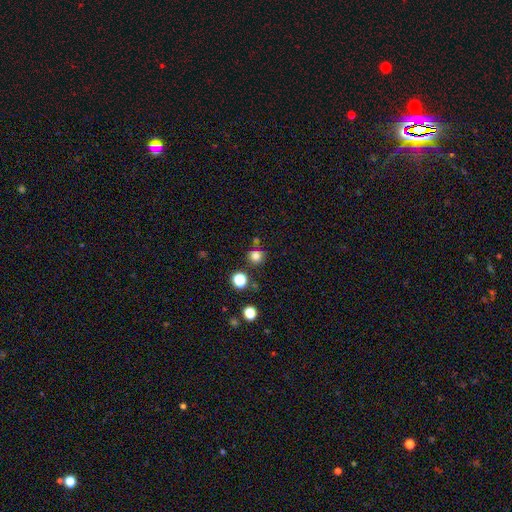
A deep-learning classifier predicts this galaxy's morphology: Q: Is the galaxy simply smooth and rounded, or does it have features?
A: smooth — 79%.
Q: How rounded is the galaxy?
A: round — 90%.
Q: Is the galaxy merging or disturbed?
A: none — 80%.